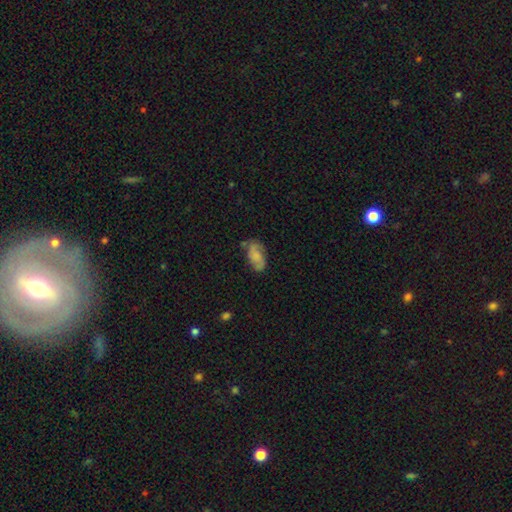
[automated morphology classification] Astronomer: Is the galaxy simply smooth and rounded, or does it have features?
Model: smooth — 54% (runner-up: featured or disk, 38%).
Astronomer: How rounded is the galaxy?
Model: in between — 91%.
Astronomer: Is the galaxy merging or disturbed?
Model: none — 65%.